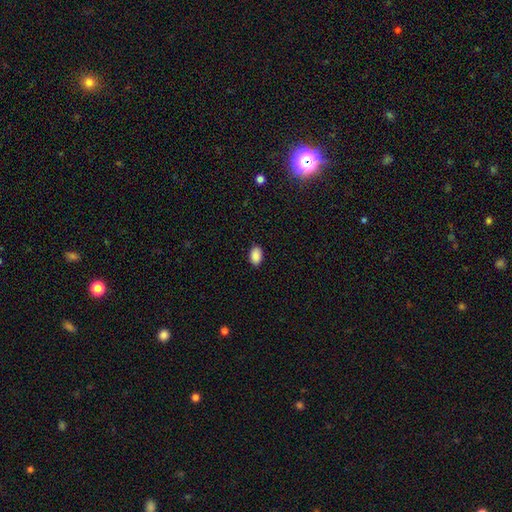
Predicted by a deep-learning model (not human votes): This appears to be a smooth galaxy with no disk features (89%) that is in between round and cigar-shaped (88%). Merging: none (89%).